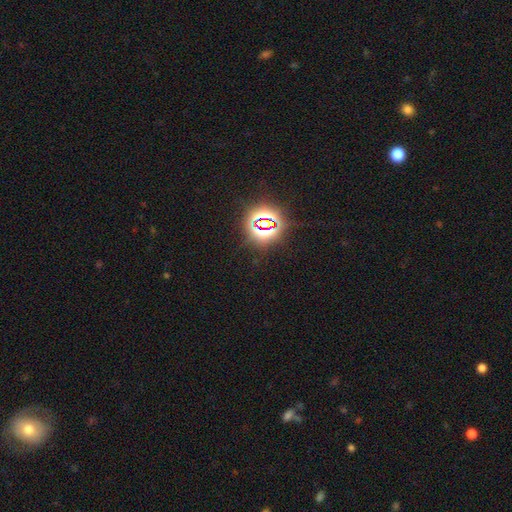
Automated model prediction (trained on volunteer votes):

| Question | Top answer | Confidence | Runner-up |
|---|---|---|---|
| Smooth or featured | star or artifact | 81% | smooth (12%) |